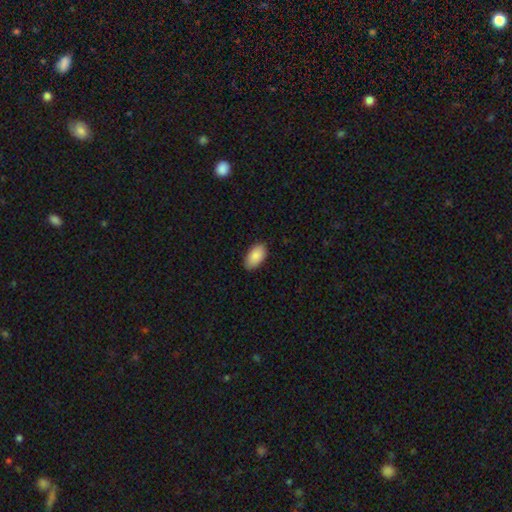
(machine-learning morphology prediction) Smooth or featured? Predicted: smooth (p=0.89). How rounded? Predicted: in between (p=0.96). Merging? Predicted: none (p=0.86).